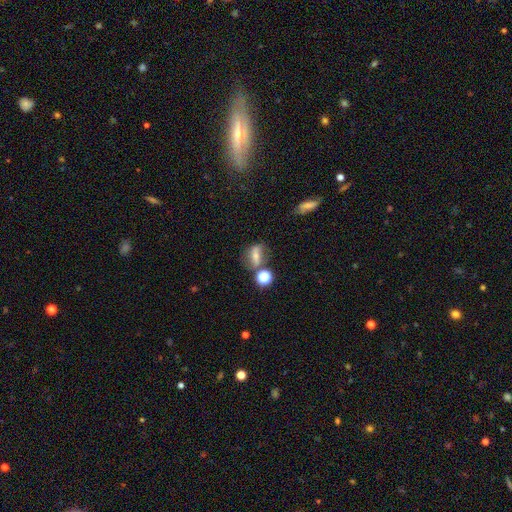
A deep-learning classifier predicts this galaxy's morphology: Overall: smooth (44%; featured or disk 39%). Merging: none (58%; minor disturbance 18%).